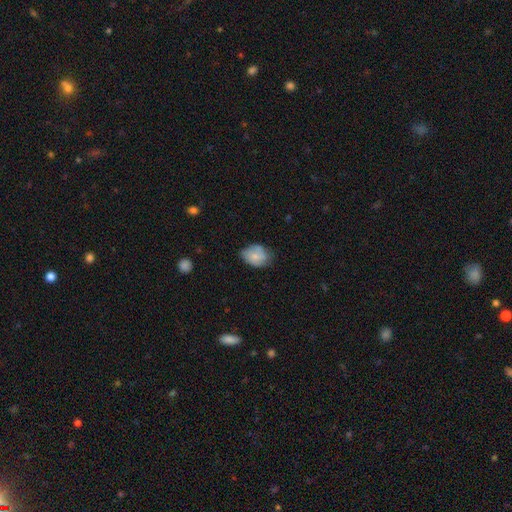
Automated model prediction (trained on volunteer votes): smooth 69%, featured or disk 24%, star or artifact 7%. Down the decision tree: how rounded — in between (71%); merging — none (56%).